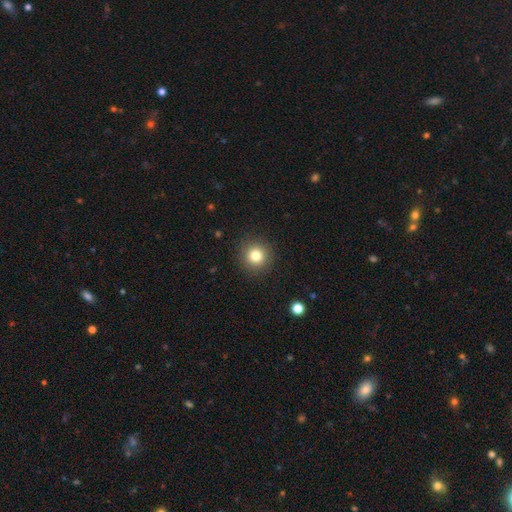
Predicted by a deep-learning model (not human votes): smooth 80%, star or artifact 12%, featured or disk 8%. Down the decision tree: how rounded — round (94%); merging — none (91%).